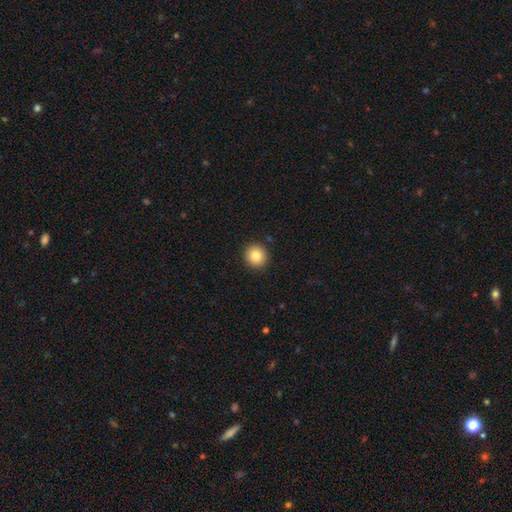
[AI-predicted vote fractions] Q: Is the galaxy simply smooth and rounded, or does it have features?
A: smooth — 83%.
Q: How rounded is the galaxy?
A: round — 93%.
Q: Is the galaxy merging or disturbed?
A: none — 92%.